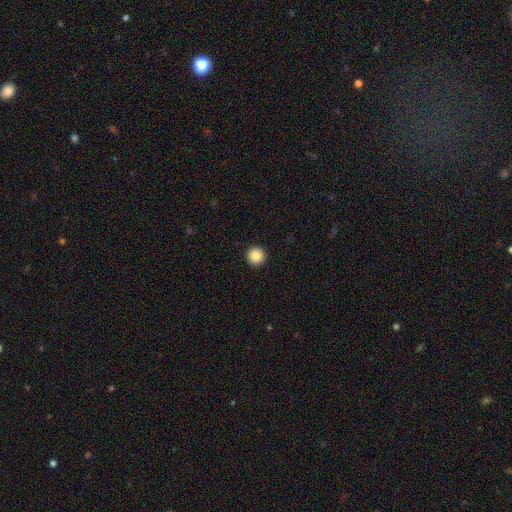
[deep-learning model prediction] Q: Smooth or featured?
A: smooth (88%); runner-up: star or artifact (9%)
Q: How rounded?
A: round (96%); runner-up: in between (3%)
Q: Merging?
A: none (94%); runner-up: minor disturbance (4%)